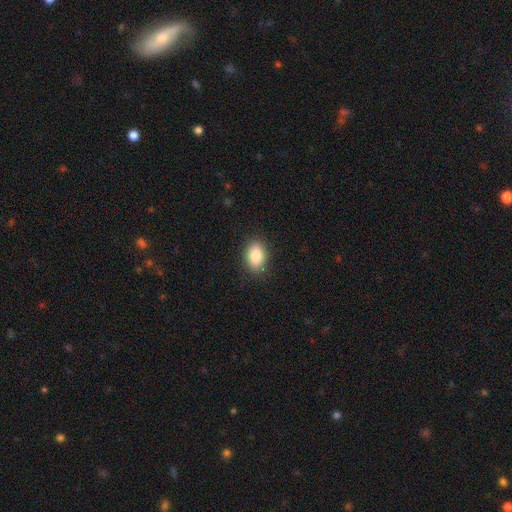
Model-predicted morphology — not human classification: Smooth or featured: smooth — 85% (star or artifact — 8%)
How rounded: in between — 82% (round — 16%)
Merging: none — 88% (minor disturbance — 9%)